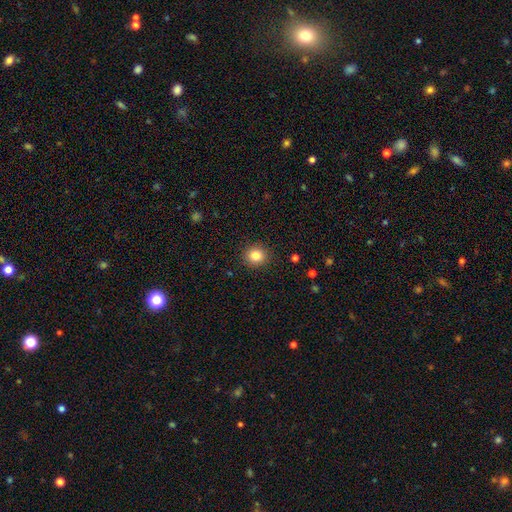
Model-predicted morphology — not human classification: smooth-or-featured: smooth: 83% | star or artifact: 11% | featured or disk: 6%
  how-rounded: round: 87% | in between: 12% | cigar-shaped: 1%
  merging: none: 91% | minor disturbance: 6% | major disturbance: 2% | merger: 1%